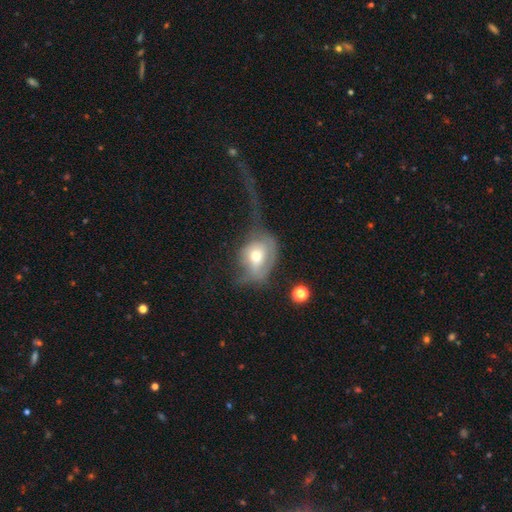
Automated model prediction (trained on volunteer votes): A smooth galaxy with no disk features (52%) that is in between round and cigar-shaped (59%). Merging: major disturbance (58%).